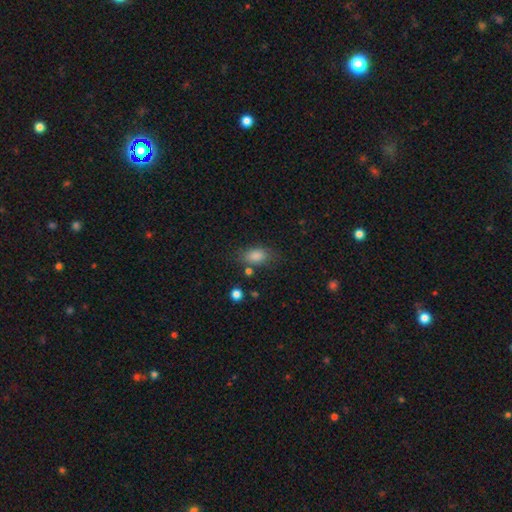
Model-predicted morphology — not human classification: smooth-or-featured: smooth: 82% | star or artifact: 11% | featured or disk: 7%
  how-rounded: in between: 82% | round: 12% | cigar-shaped: 5%
  merging: none: 74% | minor disturbance: 16% | major disturbance: 5% | merger: 4%